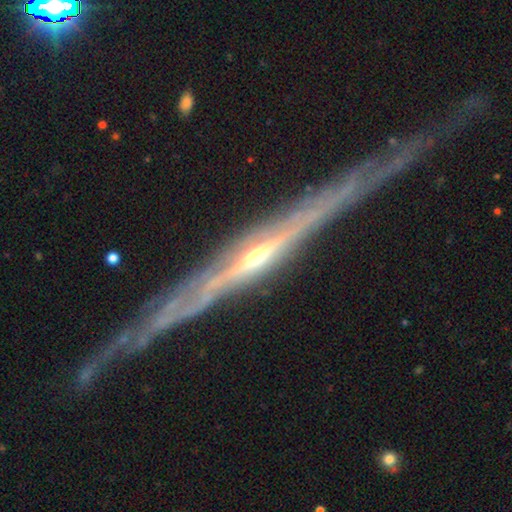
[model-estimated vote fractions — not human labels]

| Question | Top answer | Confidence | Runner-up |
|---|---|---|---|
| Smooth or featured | featured or disk | 89% | smooth (6%) |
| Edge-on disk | yes | 92% | no (8%) |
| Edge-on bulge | rounded | 62% | none (31%) |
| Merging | none | 73% | minor disturbance (18%) |